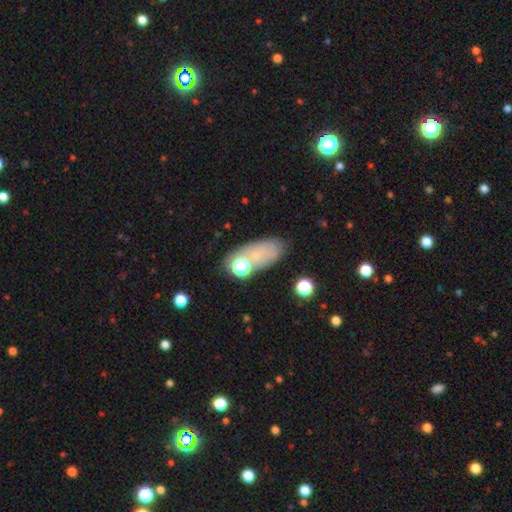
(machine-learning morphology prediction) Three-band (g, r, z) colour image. It shows a smooth galaxy with no disk features (62%) that is in between round and cigar-shaped (78%). Merging: none (63%).